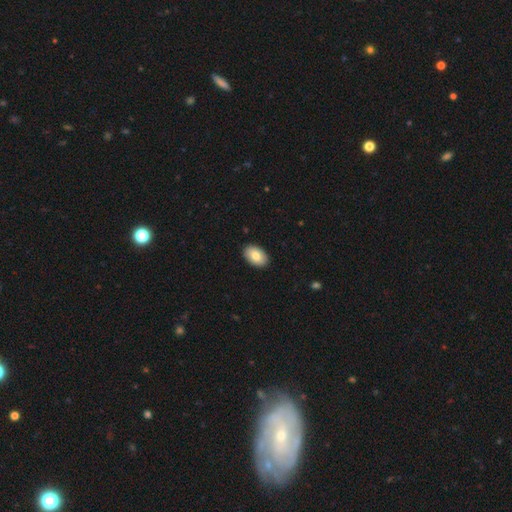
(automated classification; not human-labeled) The model was most divided on "smooth or featured": smooth: 81%, featured or disk: 13%, star or artifact: 6%. More confident: how rounded — in between (92%); merging — none (91%).